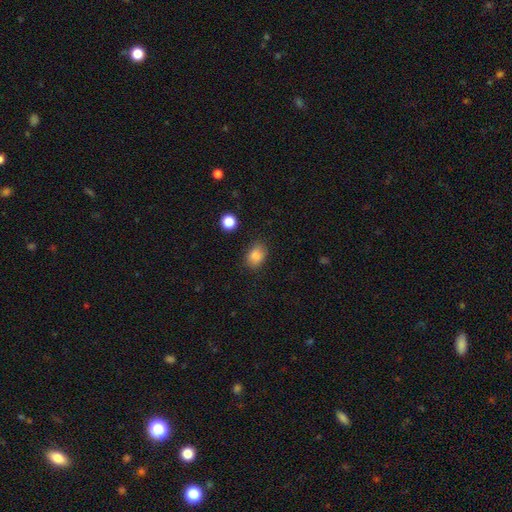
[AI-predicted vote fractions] The model was most divided on "how rounded": in between: 69%, round: 30%, cigar-shaped: 1%. More confident: smooth or featured — smooth (85%); merging — none (77%).